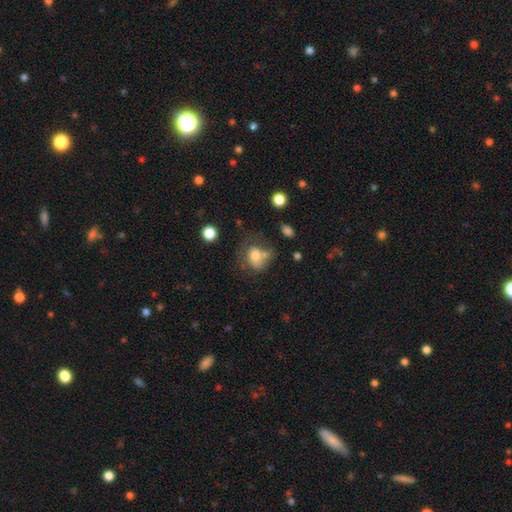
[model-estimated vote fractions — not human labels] Morphology: type=smooth (68%); roundness=round (51%); merging=none (33%).